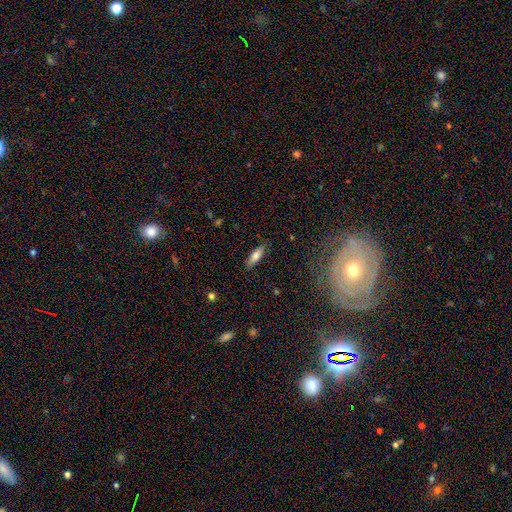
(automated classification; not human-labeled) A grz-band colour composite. It shows a smooth galaxy with no disk features (73%) that is cigar-shaped (50%). Merging: none (86%).